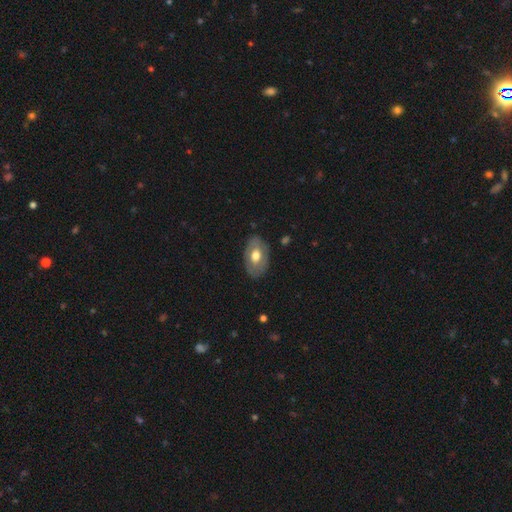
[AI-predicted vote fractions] Smooth or featured: smooth — 50% (featured or disk — 44%)
Merging: none — 79% (minor disturbance — 16%)